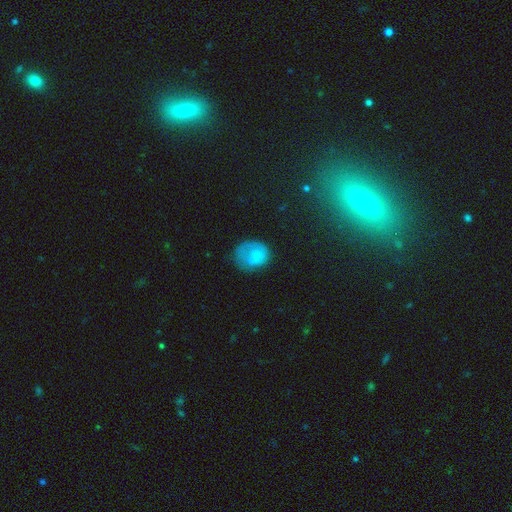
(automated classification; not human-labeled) smooth_or_featured: smooth (p=0.70) [alt: featured or disk p=0.19]
how_rounded: round (p=0.59) [alt: in between p=0.40]
merging: none (p=0.48) [alt: minor disturbance p=0.28]